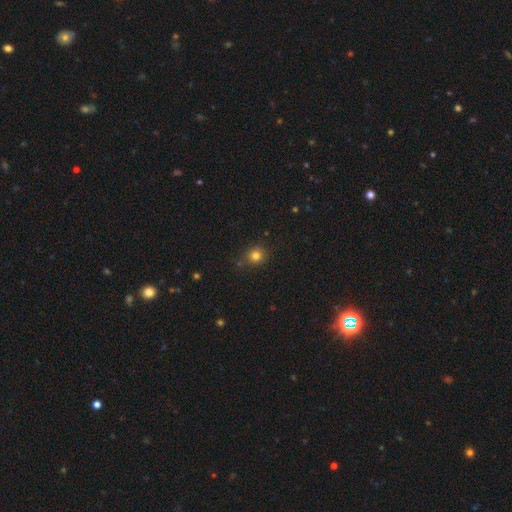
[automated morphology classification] The model was most divided on "smooth or featured": smooth: 81%, star or artifact: 14%, featured or disk: 6%. More confident: how rounded — round (84%); merging — none (82%).